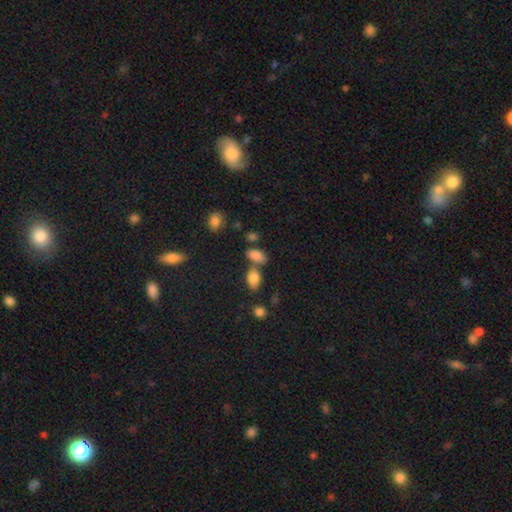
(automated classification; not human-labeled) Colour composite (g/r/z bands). It shows a smooth galaxy with no disk features (83%) that is in between round and cigar-shaped (88%). Merging: none (55%).